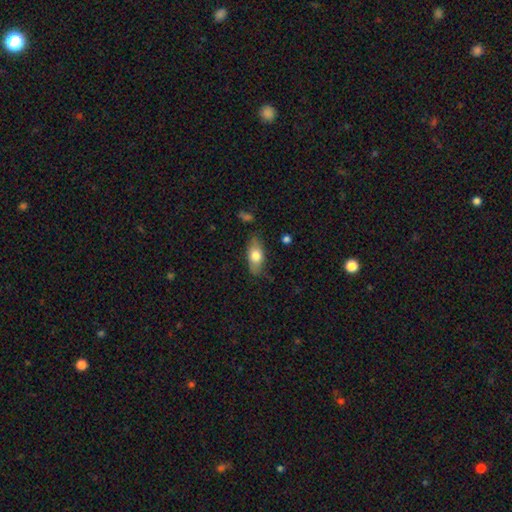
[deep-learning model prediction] Overall: smooth (70%). How rounded: in between (82%). Merging: none (76%).